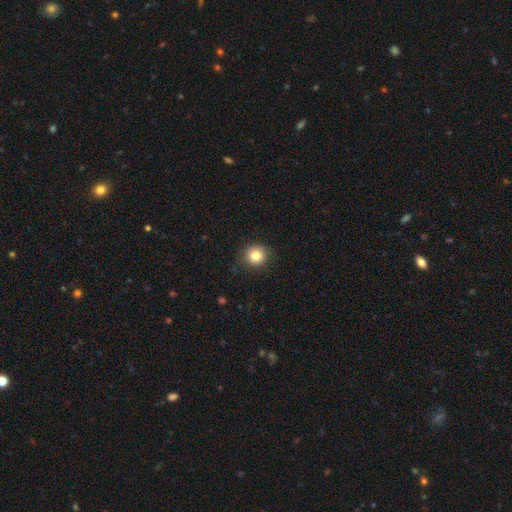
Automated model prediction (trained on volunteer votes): smooth 82%, star or artifact 11%, featured or disk 7%. Down the decision tree: how rounded — round (90%); merging — none (86%).